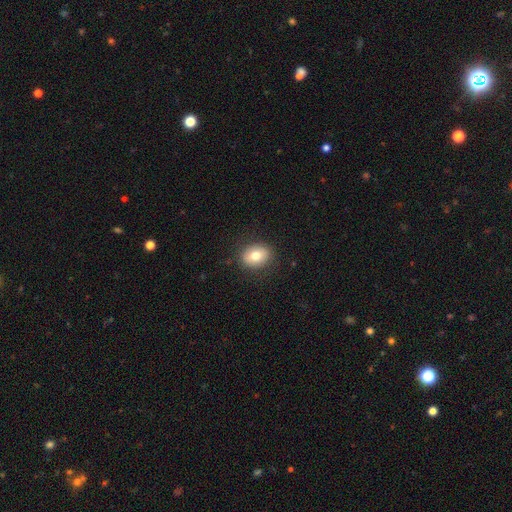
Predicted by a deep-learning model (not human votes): Smooth or featured?
  - smooth: 76% *
  - featured or disk: 16%
  - star or artifact: 9%
How rounded?
  - in between: 59% *
  - round: 40%
  - cigar-shaped: 1%
Merging?
  - none: 87% *
  - minor disturbance: 9%
  - major disturbance: 3%
  - merger: 1%